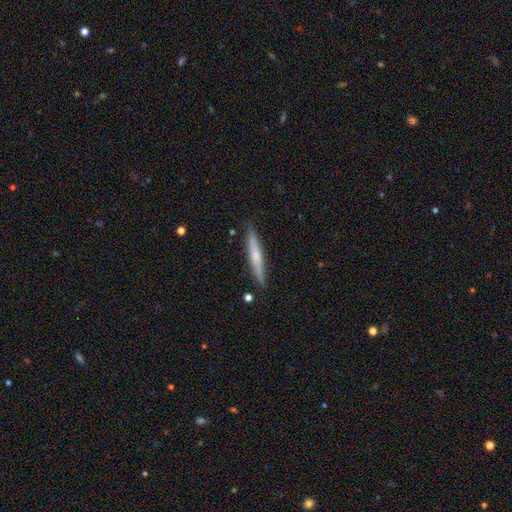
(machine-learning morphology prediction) A smooth galaxy with no disk features (51%) that is cigar-shaped (94%).

Vote fractions:
- Smooth or featured? smooth: 51% / featured or disk: 44% / star or artifact: 6%
- How rounded? cigar-shaped: 94% / in between: 4% / round: 1%
- Merging? none: 88% / minor disturbance: 9% / merger: 2% / major disturbance: 2%